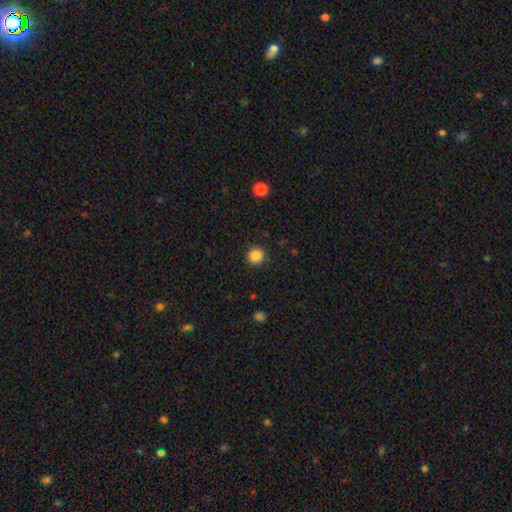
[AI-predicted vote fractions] A smooth galaxy with no disk features (87%) that is round (92%).

Vote fractions:
- Smooth or featured? smooth: 87% / star or artifact: 10% / featured or disk: 3%
- How rounded? round: 92% / in between: 7% / cigar-shaped: 1%
- Merging? none: 91% / minor disturbance: 6% / major disturbance: 2% / merger: 1%